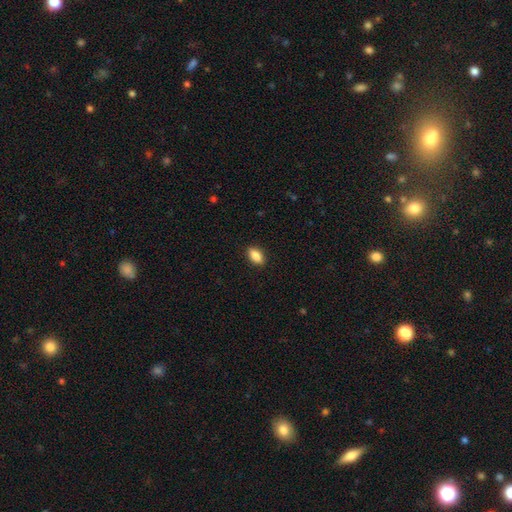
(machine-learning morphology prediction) This is clearly a smooth galaxy (87%). How rounded: clearly in between (89%). Merging: clearly none (90%).